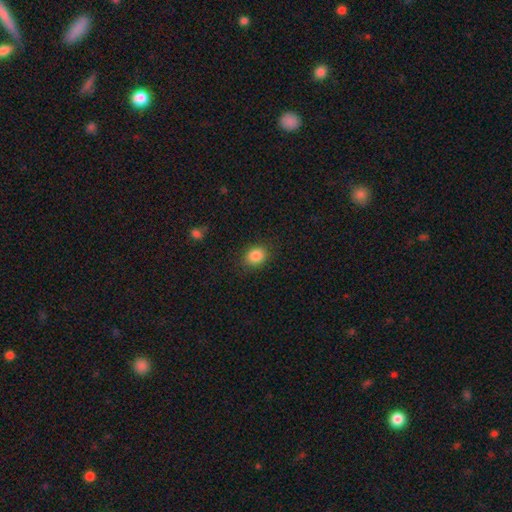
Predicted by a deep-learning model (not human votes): This appears to be a smooth galaxy with no disk features (85%) that is in between round and cigar-shaped (51%). Merging: none (86%).